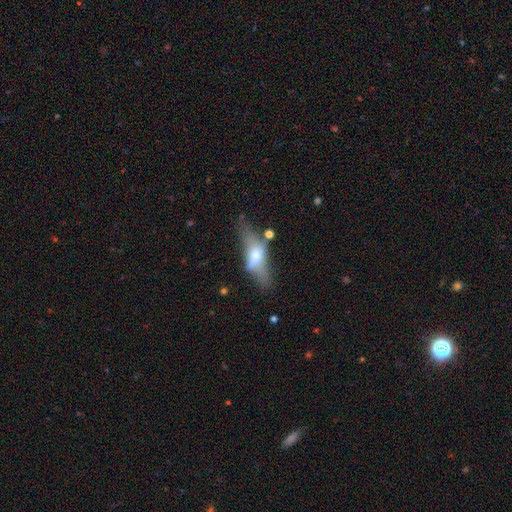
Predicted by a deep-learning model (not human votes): A featured or disk galaxy (47%). Merging: none (42%).